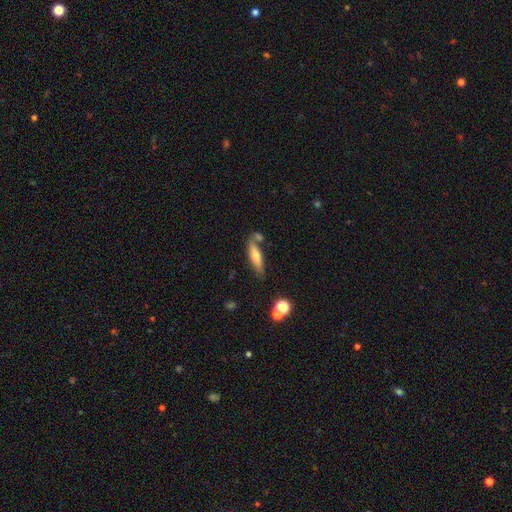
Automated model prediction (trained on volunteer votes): The model was most divided on "how rounded": cigar-shaped: 60%, in between: 37%, round: 2%. More confident: merging — none (64%); smooth or featured — smooth (60%).